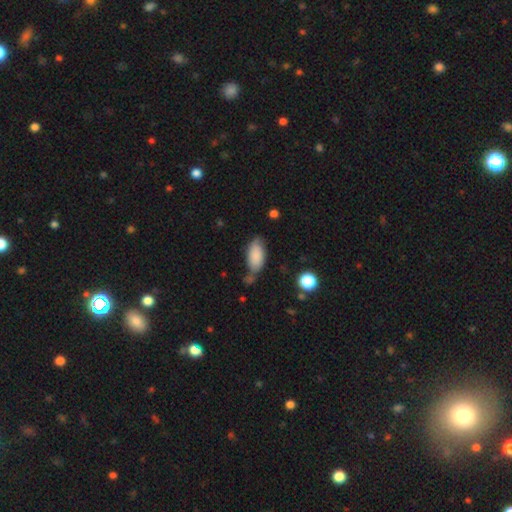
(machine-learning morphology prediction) Overall: smooth (85%). How rounded: in between (92%). Merging: none (58%; minor disturbance 25%).